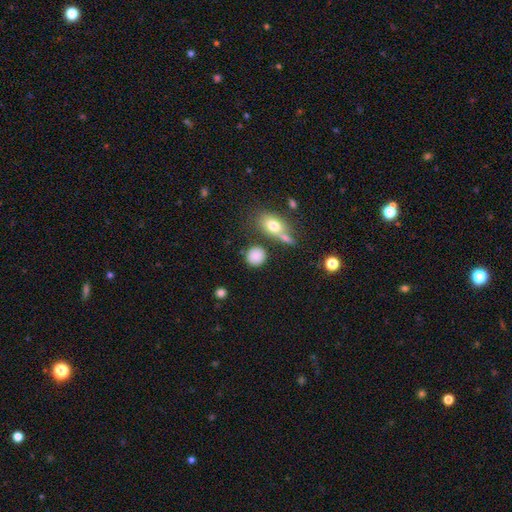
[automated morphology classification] Overall: smooth (85%). How rounded: round (80%). Merging: none (75%).